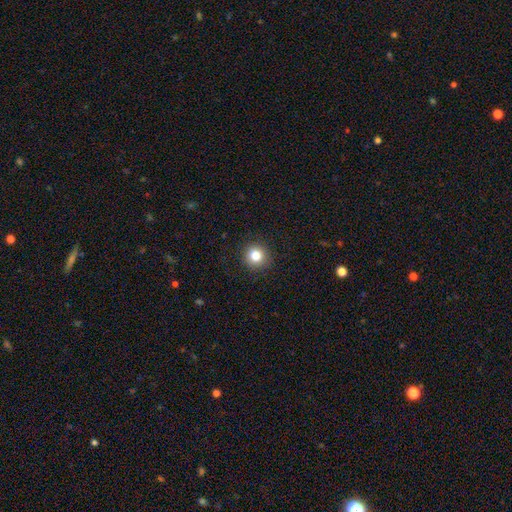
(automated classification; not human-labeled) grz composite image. It shows a smooth galaxy with no disk features (82%) that is round (93%). Merging: none (92%).